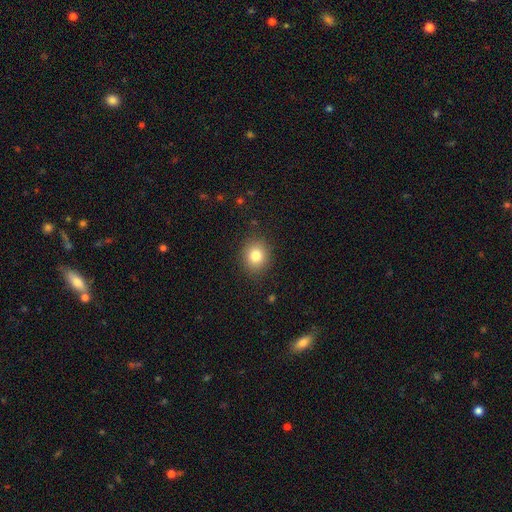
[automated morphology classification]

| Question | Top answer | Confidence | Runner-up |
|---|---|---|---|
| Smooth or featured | smooth | 81% | star or artifact (11%) |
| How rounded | round | 74% | in between (25%) |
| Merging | none | 88% | minor disturbance (8%) |